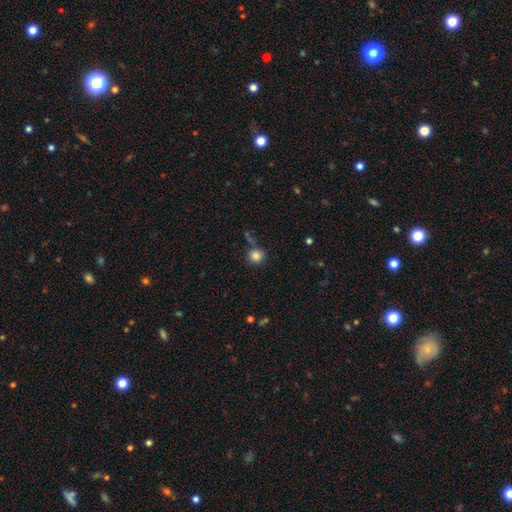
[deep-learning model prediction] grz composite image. It shows a smooth galaxy with no disk features (84%) that is round (92%). Merging: none (77%).